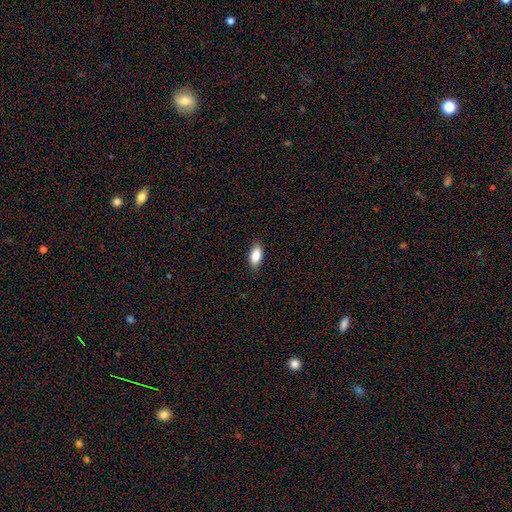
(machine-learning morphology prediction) This appears to be a smooth galaxy with no disk features (87%) that is in between round and cigar-shaped (91%). Merging: none (83%).